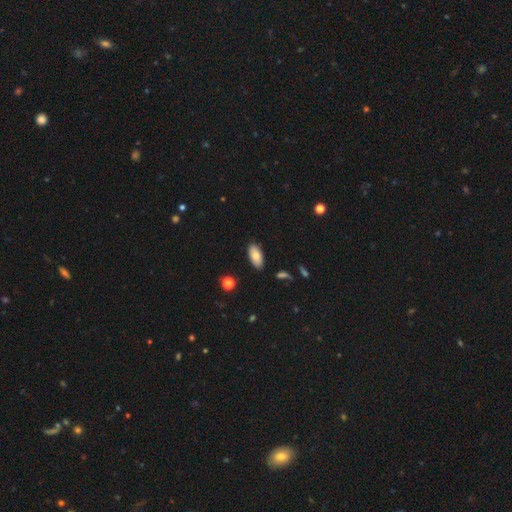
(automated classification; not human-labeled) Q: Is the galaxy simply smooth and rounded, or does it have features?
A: smooth — 80%.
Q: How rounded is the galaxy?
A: in between — 91%.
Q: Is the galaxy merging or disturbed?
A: none — 87%.